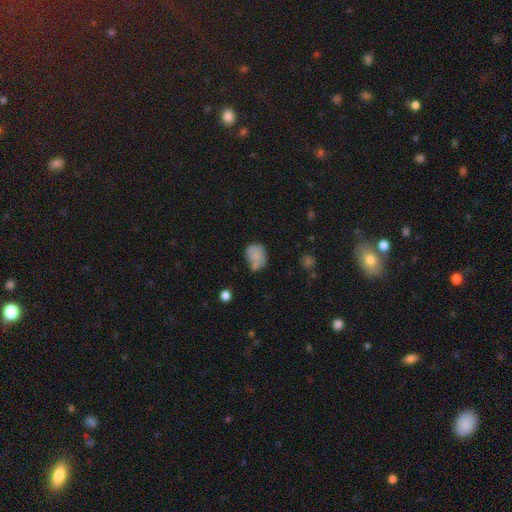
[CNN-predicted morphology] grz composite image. It shows a smooth galaxy with no disk features (73%) that is in between round and cigar-shaped (53%). Merging: none (38%).